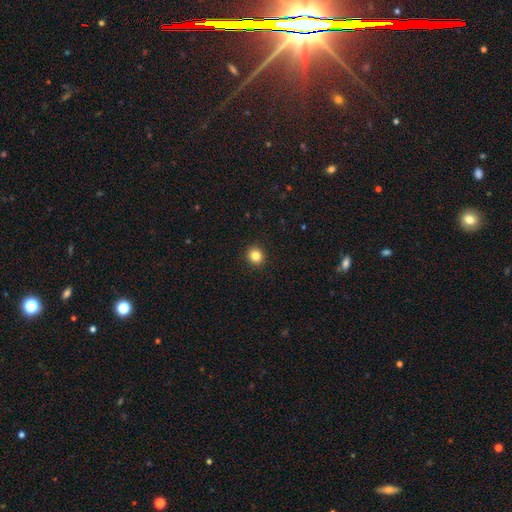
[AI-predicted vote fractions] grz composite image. It shows a smooth galaxy with no disk features (84%) that is round (88%). Merging: none (93%).